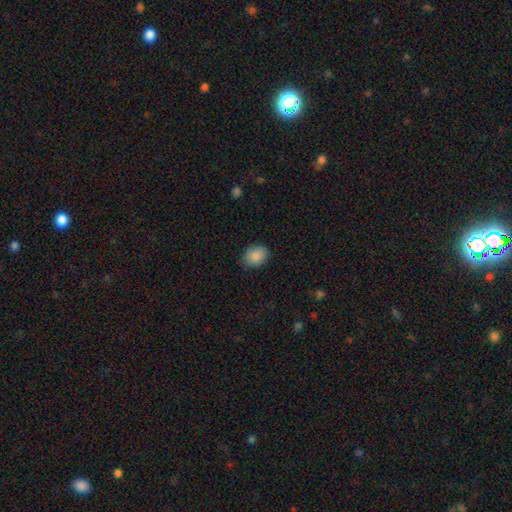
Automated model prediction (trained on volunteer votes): smooth-or-featured: smooth: 88% | star or artifact: 8% | featured or disk: 4%
  how-rounded: in between: 57% | round: 42% | cigar-shaped: 1%
  merging: none: 84% | minor disturbance: 12% | major disturbance: 3% | merger: 1%